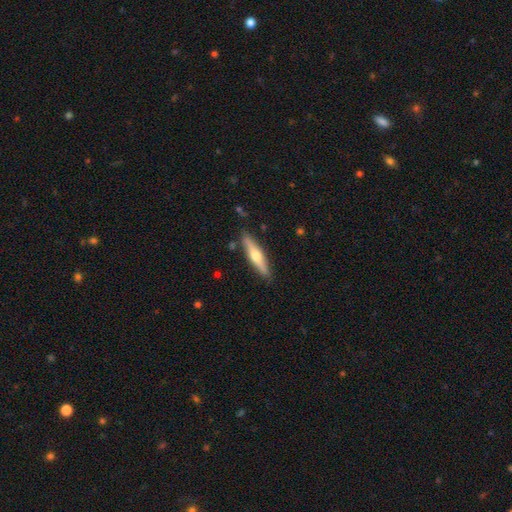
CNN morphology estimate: Smooth or featured? Predicted: featured or disk (p=0.55). Edge-on disk? Predicted: yes (p=0.95). Edge-on bulge? Predicted: rounded (p=0.91). Merging? Predicted: none (p=0.86).